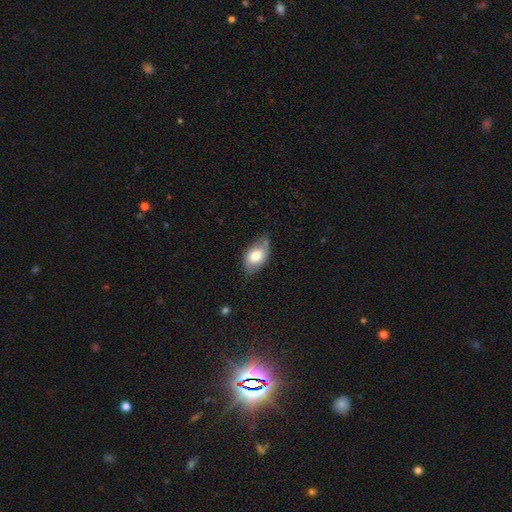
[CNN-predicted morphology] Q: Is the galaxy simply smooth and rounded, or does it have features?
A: smooth — 73%.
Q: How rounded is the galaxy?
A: in between — 91%.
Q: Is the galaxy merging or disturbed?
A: none — 63%.